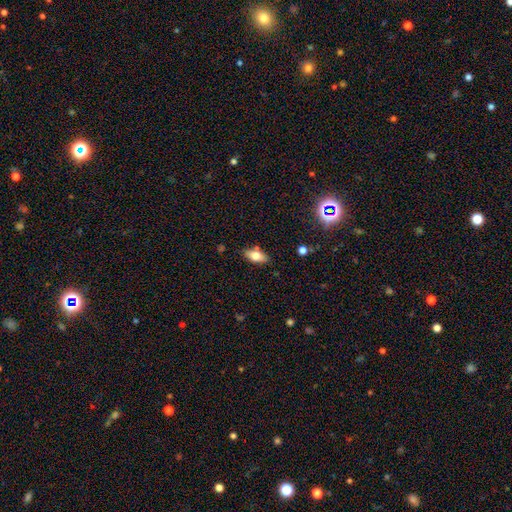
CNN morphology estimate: smooth 72%, featured or disk 20%, star or artifact 9%. Down the decision tree: how rounded — in between (86%); merging — none (82%).